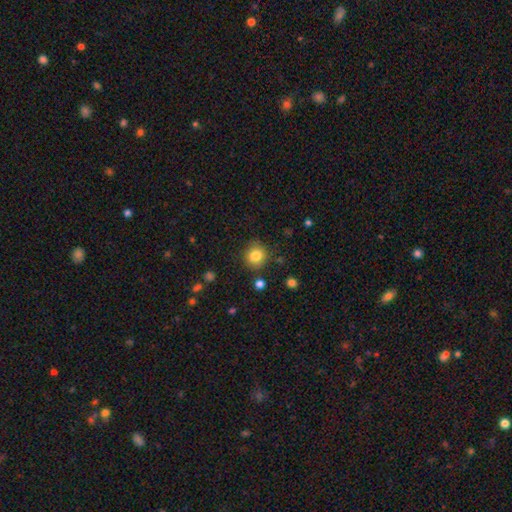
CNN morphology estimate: Smooth or featured? smooth (83%)
How rounded? round (88%)
Merging? none (84%)